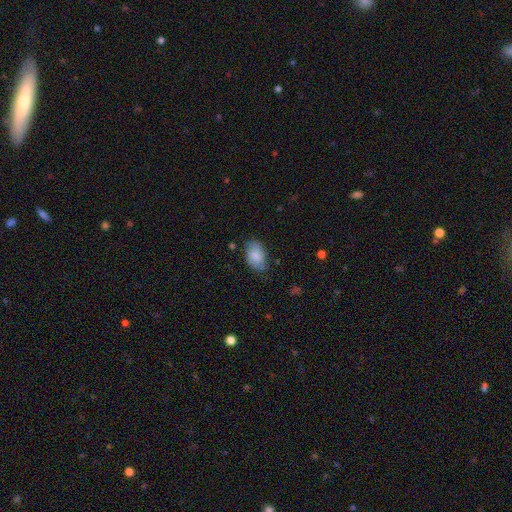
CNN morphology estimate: type=smooth (83%); roundness=in between (91%); merging=none (71%).